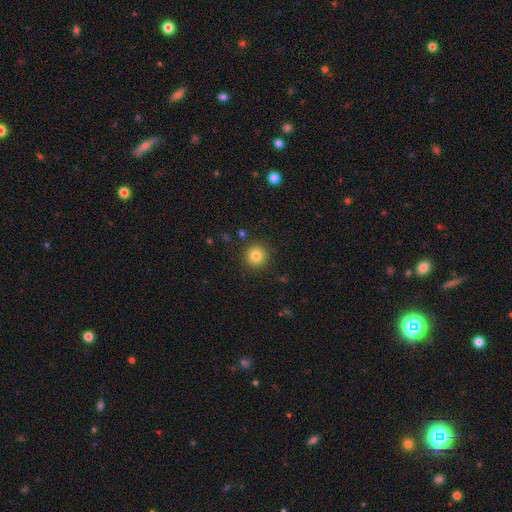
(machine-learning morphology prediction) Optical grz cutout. It shows a smooth galaxy with no disk features (83%) that is round (94%). Merging: none (90%).